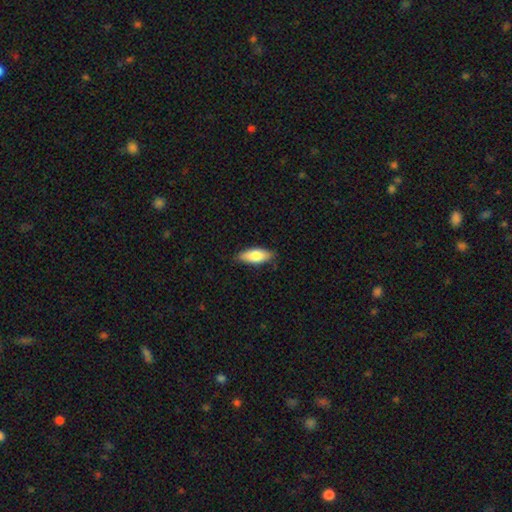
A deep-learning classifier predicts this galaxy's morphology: smooth-or-featured: smooth: 78% | featured or disk: 16% | star or artifact: 6%
  how-rounded: in between: 78% | cigar-shaped: 20% | round: 2%
  merging: none: 85% | minor disturbance: 12% | major disturbance: 2% | merger: 1%